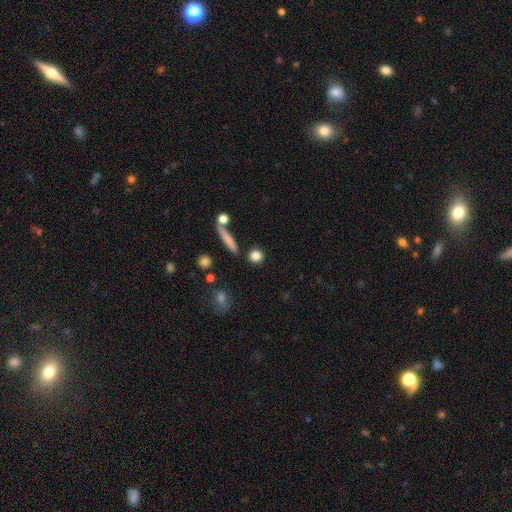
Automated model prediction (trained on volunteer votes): Overall: smooth (82%). How rounded: round (79%). Merging: none (82%).